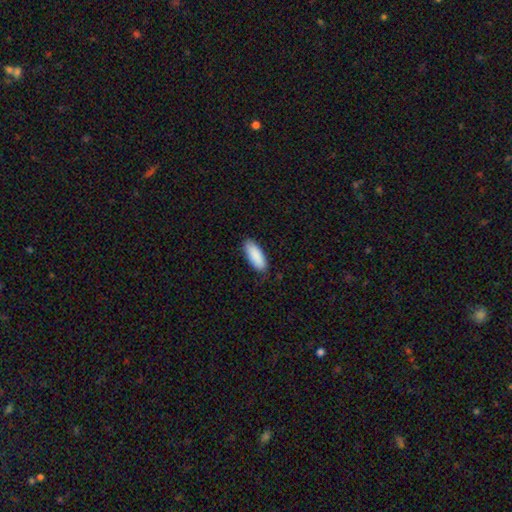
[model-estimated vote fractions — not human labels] The model was most divided on "how rounded": in between: 76%, cigar-shaped: 23%, round: 1%. More confident: smooth or featured — smooth (90%); merging — none (83%).